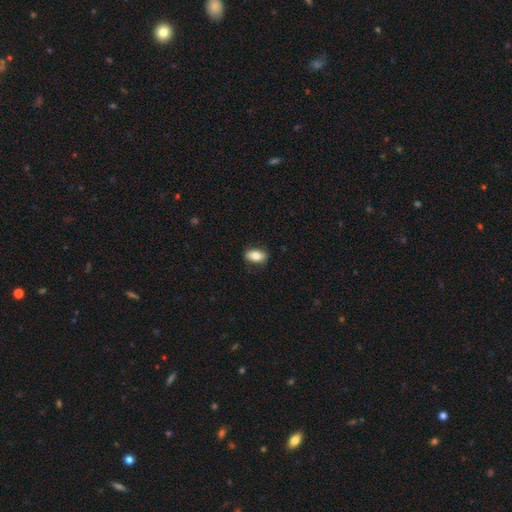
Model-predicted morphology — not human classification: Smooth or featured? Predicted: smooth (p=0.80). How rounded? Predicted: in between (p=0.89). Merging? Predicted: none (p=0.86).